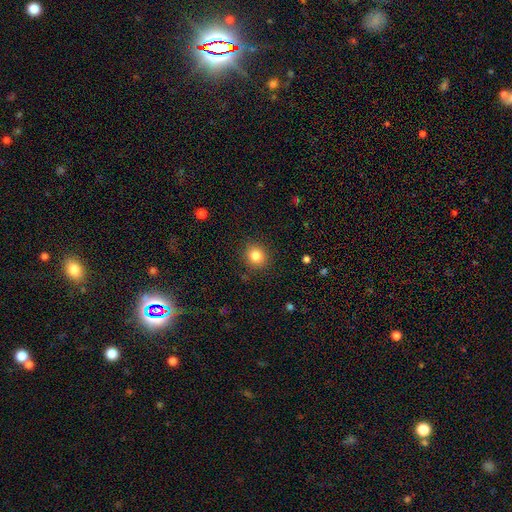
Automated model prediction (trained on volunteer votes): Morphology: type=smooth (84%); roundness=round (82%); merging=none (88%).